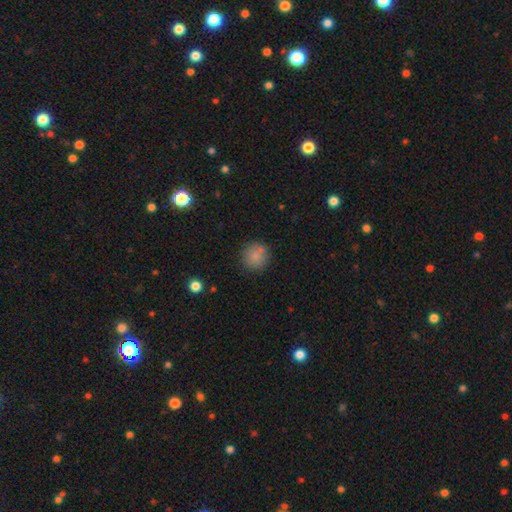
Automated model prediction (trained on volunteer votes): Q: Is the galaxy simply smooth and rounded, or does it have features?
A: smooth — 82%.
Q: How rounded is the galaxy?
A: round — 92%.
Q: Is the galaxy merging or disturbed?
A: none — 77%.